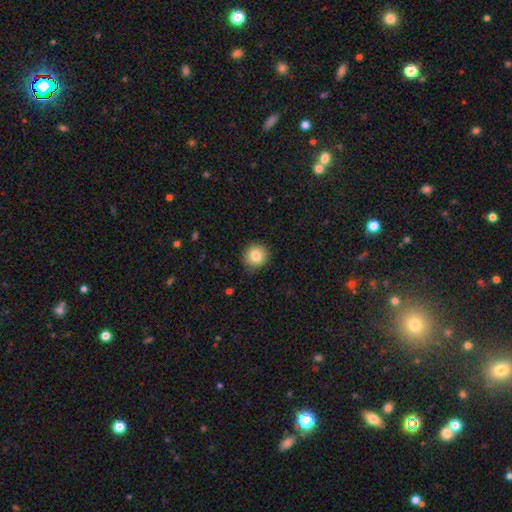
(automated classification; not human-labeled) Smooth or featured: smooth — 83% (star or artifact — 10%)
How rounded: round — 90% (in between — 9%)
Merging: none — 87% (minor disturbance — 10%)